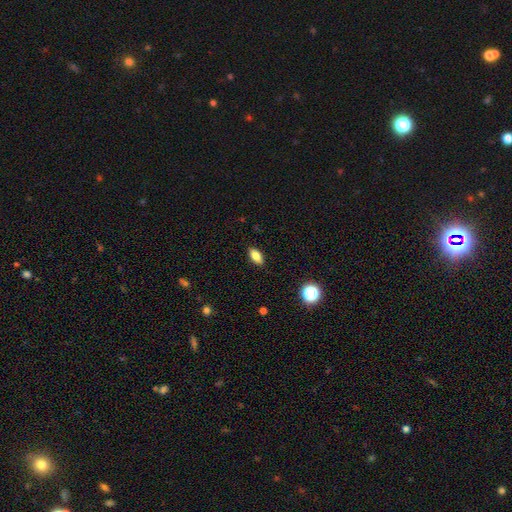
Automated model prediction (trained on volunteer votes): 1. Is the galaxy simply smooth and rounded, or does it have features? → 81% smooth, 10% star or artifact, 9% featured or disk.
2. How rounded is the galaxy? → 87% in between, 8% cigar-shaped, 5% round.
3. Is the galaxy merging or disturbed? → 88% none, 9% minor disturbance, 2% major disturbance, 1% merger.